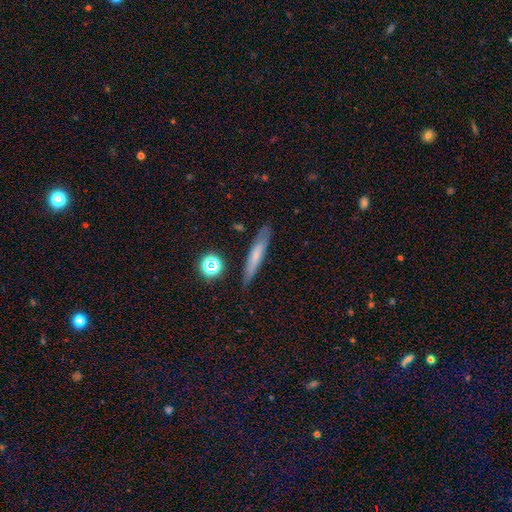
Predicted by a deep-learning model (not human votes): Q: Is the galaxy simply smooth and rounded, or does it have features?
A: smooth — 57%.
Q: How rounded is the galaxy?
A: cigar-shaped — 86%.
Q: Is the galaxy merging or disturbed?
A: none — 79%.